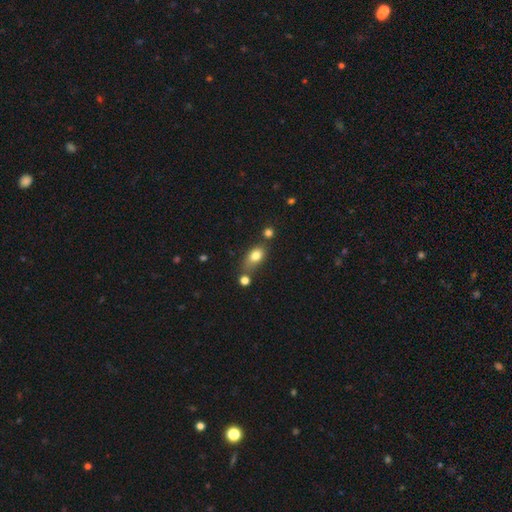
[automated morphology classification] type=smooth (80%); roundness=in between (80%); merging=none (56%).